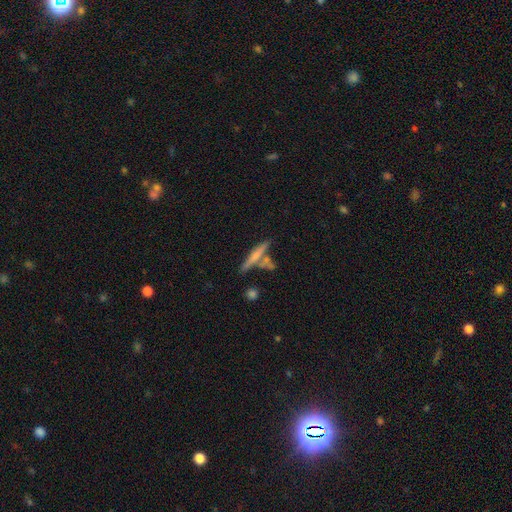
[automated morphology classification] smooth_or_featured: smooth (p=0.47) [alt: featured or disk p=0.45]
merging: none (p=0.57) [alt: merger p=0.25]